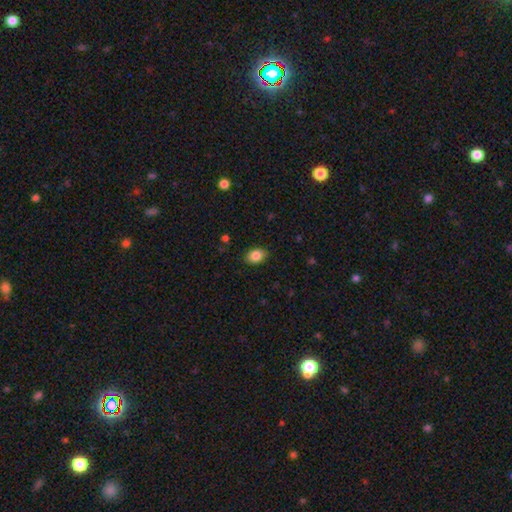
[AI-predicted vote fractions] A smooth galaxy with no disk features (84%) that is in between round and cigar-shaped (79%).

Vote fractions:
- Smooth or featured? smooth: 84% / star or artifact: 8% / featured or disk: 8%
- How rounded? in between: 79% / round: 20% / cigar-shaped: 1%
- Merging? none: 86% / minor disturbance: 10% / major disturbance: 2% / merger: 1%